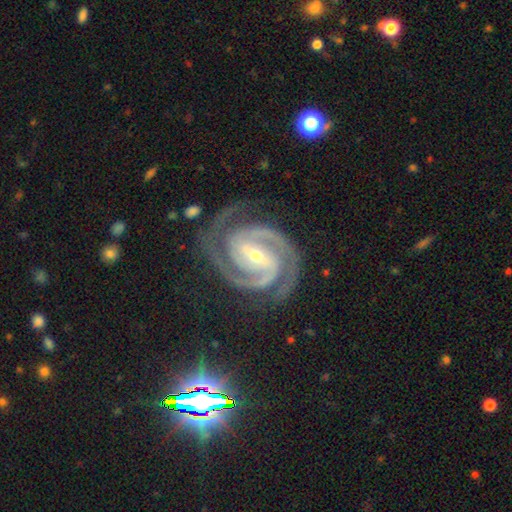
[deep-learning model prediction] Q: Smooth or featured?
A: featured or disk (94%); runner-up: star or artifact (4%)
Q: Edge-on disk?
A: no (98%); runner-up: yes (2%)
Q: Bar?
A: strong (60%); runner-up: weak (28%)
Q: Spiral arms?
A: yes (99%); runner-up: no (1%)
Q: Spiral winding?
A: tight (69%); runner-up: medium (28%)
Q: Spiral arm count?
A: 2 (88%); runner-up: 3 (6%)
Q: Bulge size?
A: small (62%); runner-up: moderate (35%)
Q: Merging?
A: none (80%); runner-up: minor disturbance (13%)